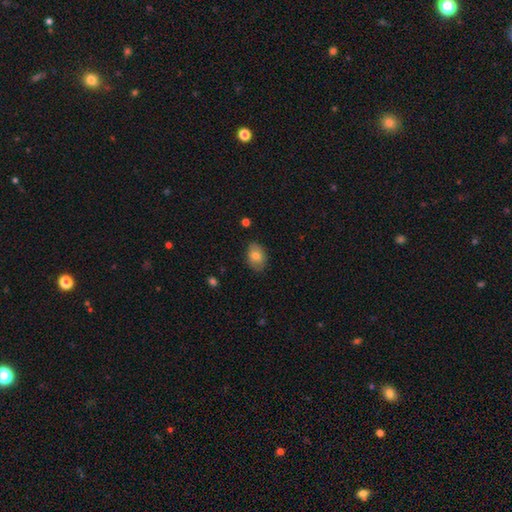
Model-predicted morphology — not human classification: smooth 75%, featured or disk 17%, star or artifact 8%. Down the decision tree: how rounded — in between (81%); merging — none (80%).